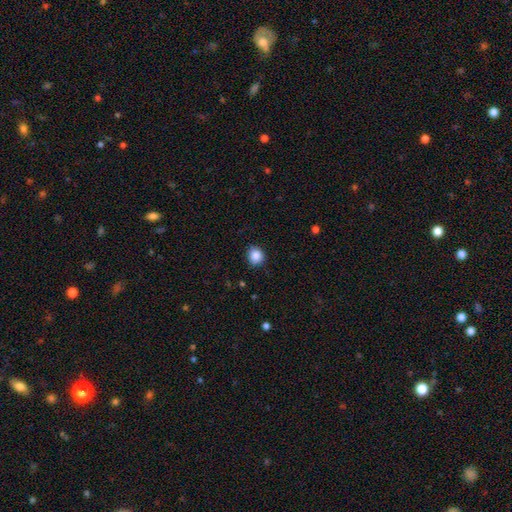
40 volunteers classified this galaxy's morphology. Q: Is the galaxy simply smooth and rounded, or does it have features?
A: smooth — 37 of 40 (92%).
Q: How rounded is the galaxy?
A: round — 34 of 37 (92%).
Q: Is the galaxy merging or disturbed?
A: none — 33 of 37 (89%).